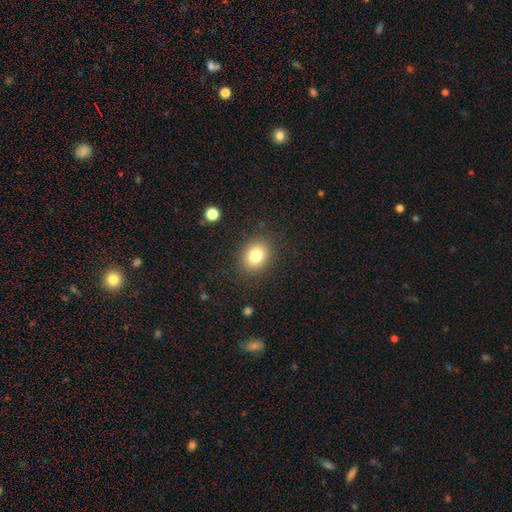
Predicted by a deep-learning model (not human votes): A smooth galaxy with no disk features (80%) that is round (56%).

Vote fractions:
- Smooth or featured? smooth: 80% / star or artifact: 11% / featured or disk: 9%
- How rounded? round: 56% / in between: 43% / cigar-shaped: 1%
- Merging? none: 87% / minor disturbance: 9% / major disturbance: 3% / merger: 1%